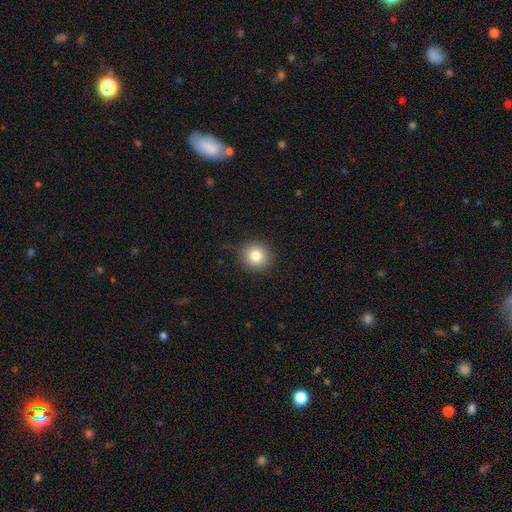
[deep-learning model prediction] smooth 82%, star or artifact 11%, featured or disk 7%. Down the decision tree: how rounded — round (90%); merging — none (87%).